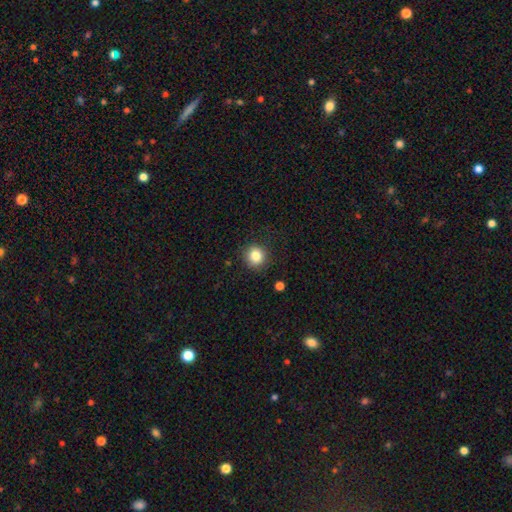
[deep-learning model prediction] Smooth or featured: smooth — 83% (star or artifact — 11%)
How rounded: round — 90% (in between — 9%)
Merging: none — 89% (minor disturbance — 7%)